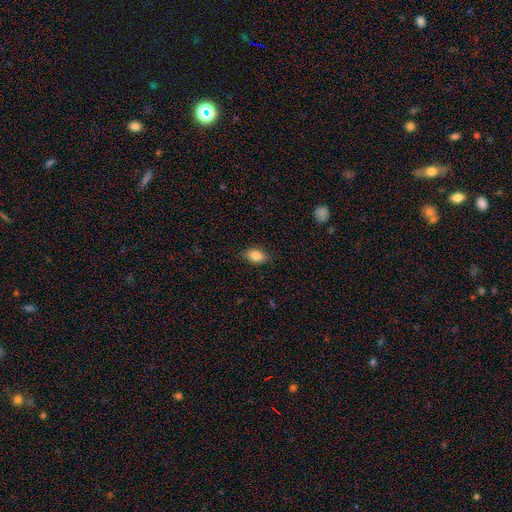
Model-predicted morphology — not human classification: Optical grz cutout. It shows a smooth galaxy with no disk features (83%) that is in between round and cigar-shaped (85%). Merging: none (84%).